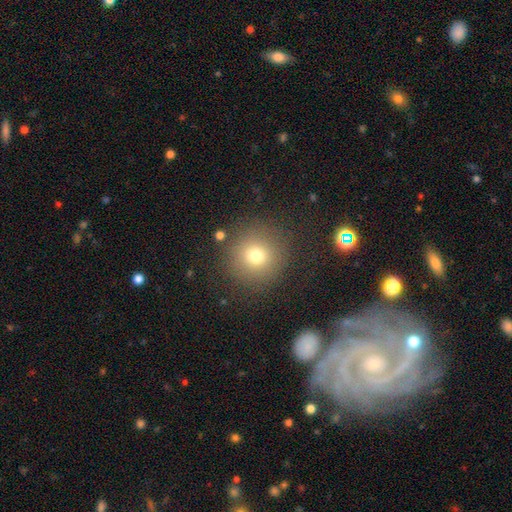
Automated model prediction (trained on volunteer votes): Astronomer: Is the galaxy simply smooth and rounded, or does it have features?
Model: smooth — 74%.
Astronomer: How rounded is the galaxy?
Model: round — 94%.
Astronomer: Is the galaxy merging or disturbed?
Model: none — 86%.